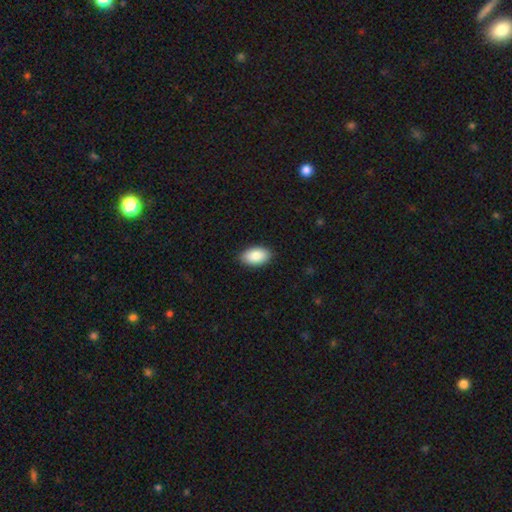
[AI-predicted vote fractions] Smooth or featured: smooth — 88% (star or artifact — 6%)
How rounded: in between — 94% (round — 4%)
Merging: none — 89% (minor disturbance — 8%)